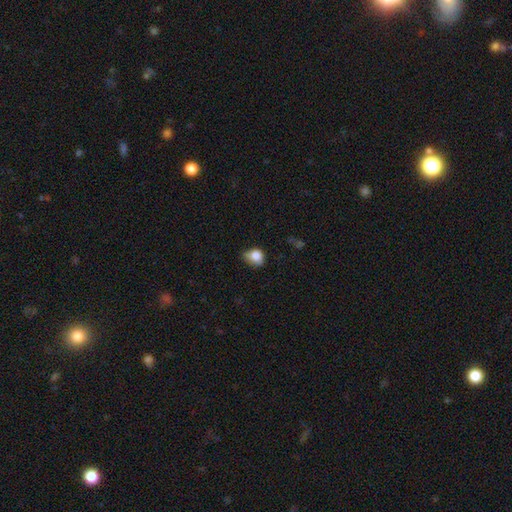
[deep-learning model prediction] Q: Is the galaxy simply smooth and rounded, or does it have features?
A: smooth — 81%.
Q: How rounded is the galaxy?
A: round — 62%.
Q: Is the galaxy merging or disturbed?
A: minor disturbance — 42%.